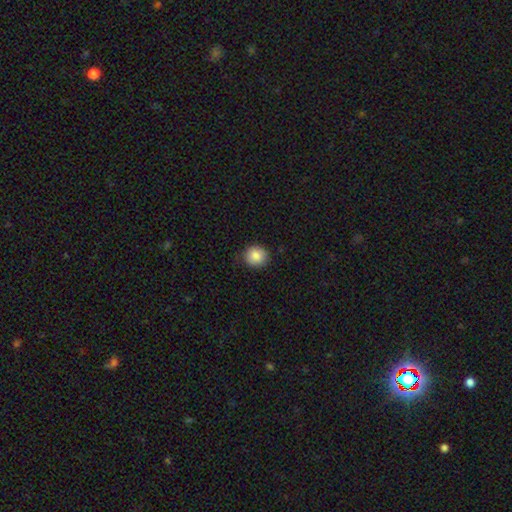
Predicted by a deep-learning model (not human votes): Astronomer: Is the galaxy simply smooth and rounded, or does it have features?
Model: smooth — 86%.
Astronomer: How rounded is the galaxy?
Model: round — 85%.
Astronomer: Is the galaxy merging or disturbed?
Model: none — 84%.